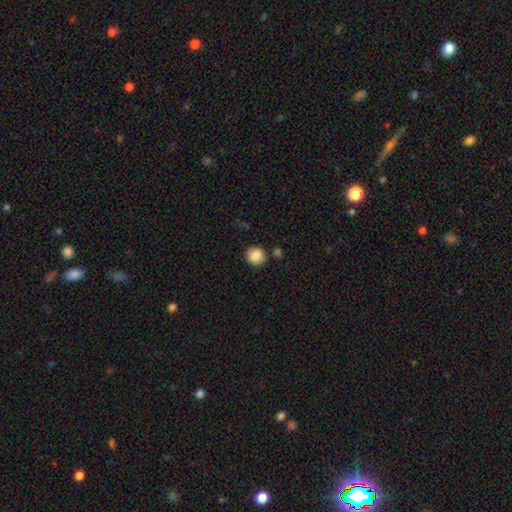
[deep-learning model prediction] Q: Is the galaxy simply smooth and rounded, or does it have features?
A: smooth — 87%.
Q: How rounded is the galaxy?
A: round — 87%.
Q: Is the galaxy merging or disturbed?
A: none — 86%.